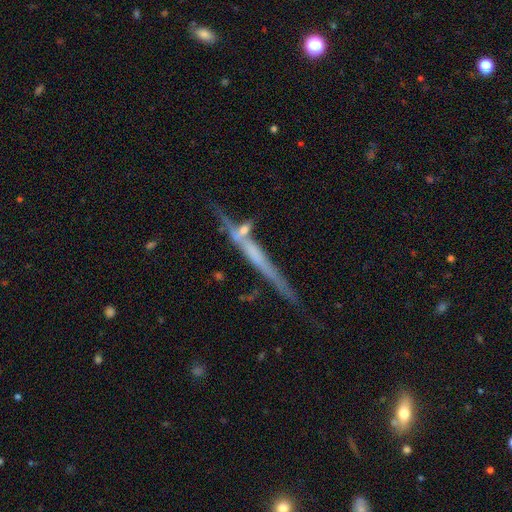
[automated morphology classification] The model was most divided on "edge-on bulge": none: 48%, rounded: 38%, boxy: 15%. More confident: edge-on disk — yes (89%); smooth or featured — featured or disk (62%); merging — none (54%).